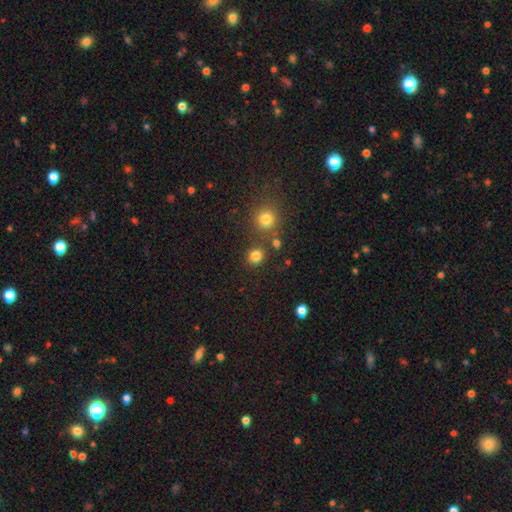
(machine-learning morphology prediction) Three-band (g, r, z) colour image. It shows a smooth galaxy with no disk features (81%) that is round (84%). Merging: none (79%).